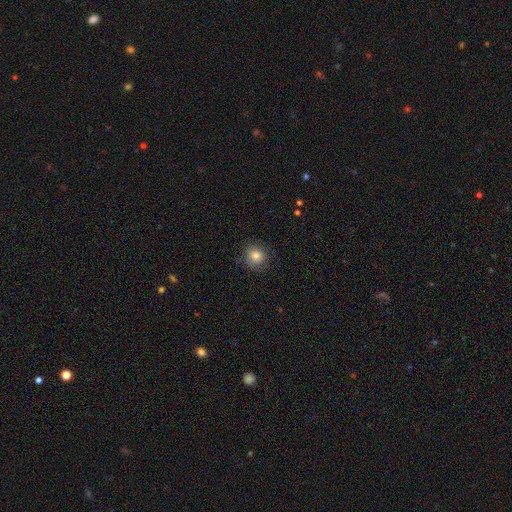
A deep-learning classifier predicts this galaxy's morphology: Smooth or featured: smooth — 78% (featured or disk — 11%)
How rounded: round — 86% (in between — 13%)
Merging: none — 81% (minor disturbance — 14%)